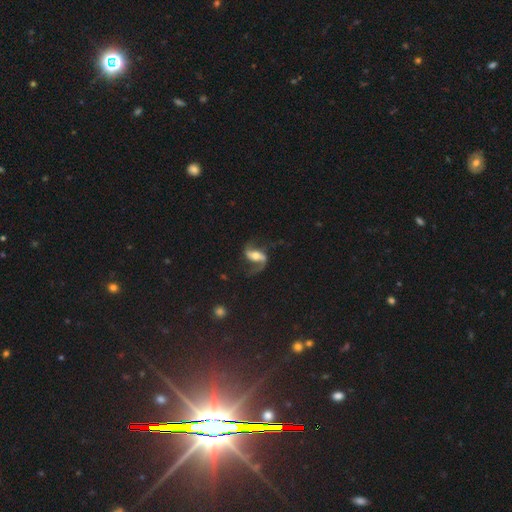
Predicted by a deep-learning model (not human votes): Smooth or featured?
  - featured or disk: 83% *
  - smooth: 10%
  - star or artifact: 6%
Edge-on disk?
  - no: 95% *
  - yes: 5%
Bar?
  - strong: 46% *
  - weak: 31%
  - no: 23%
Spiral arms?
  - yes: 95% *
  - no: 5%
Spiral winding?
  - loose: 65% *
  - medium: 28%
  - tight: 7%
Spiral arm count?
  - 2: 90% *
  - 1: 5%
  - can't tell: 2%
  - 3: 1%
  - 4: 1%
  - more than 4: 1%
Bulge size?
  - moderate: 61% *
  - small: 22%
  - large: 13%
  - none: 2%
  - dominant: 2%
Merging?
  - none: 68% *
  - minor disturbance: 15%
  - major disturbance: 15%
  - merger: 2%